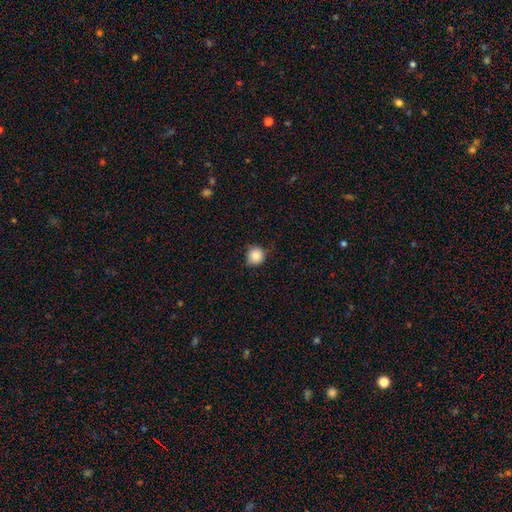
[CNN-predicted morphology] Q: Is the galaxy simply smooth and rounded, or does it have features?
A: smooth — 86%.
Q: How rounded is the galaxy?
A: round — 93%.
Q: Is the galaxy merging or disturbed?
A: none — 82%.